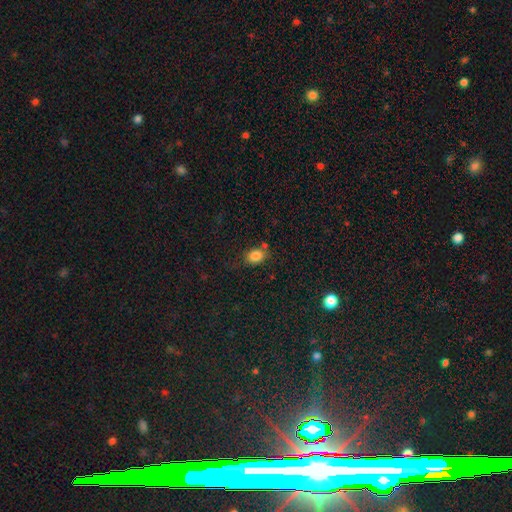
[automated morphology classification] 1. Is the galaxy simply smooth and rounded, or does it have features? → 83% smooth, 11% star or artifact, 6% featured or disk.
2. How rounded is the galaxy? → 58% in between, 40% round, 1% cigar-shaped.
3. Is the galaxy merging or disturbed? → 66% none, 17% minor disturbance, 11% merger, 6% major disturbance.